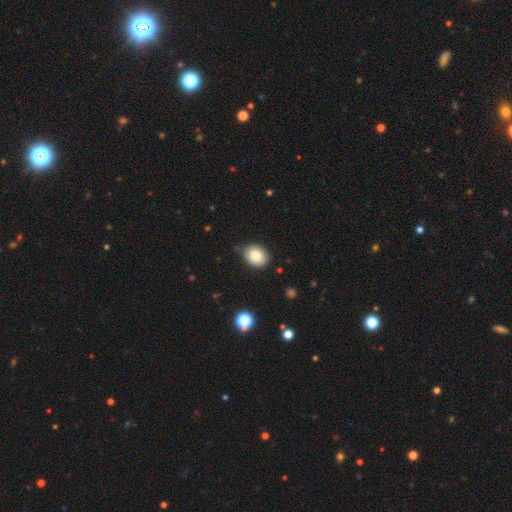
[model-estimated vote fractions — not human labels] A smooth galaxy with no disk features (84%) that is in between round and cigar-shaped (59%). Merging: none (78%).